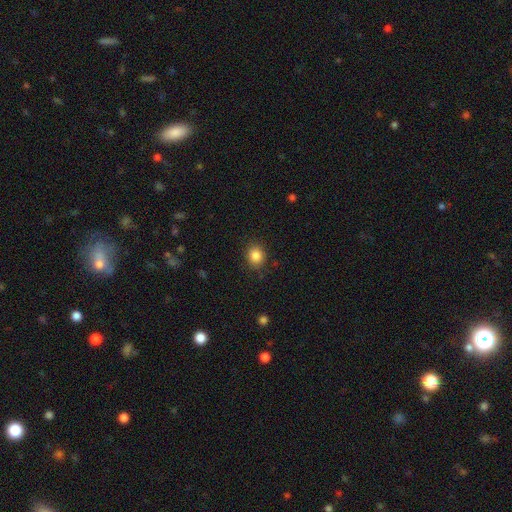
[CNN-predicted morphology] Smooth or featured? Predicted: smooth (p=0.85). How rounded? Predicted: round (p=0.71). Merging? Predicted: none (p=0.87).